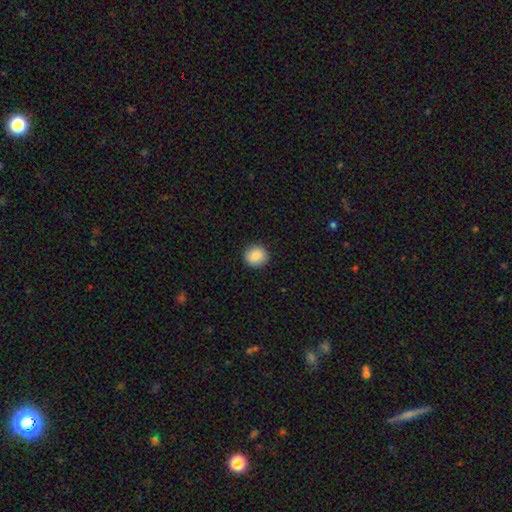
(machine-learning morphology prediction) Smooth or featured? Predicted: smooth (p=0.87). How rounded? Predicted: round (p=0.91). Merging? Predicted: none (p=0.92).